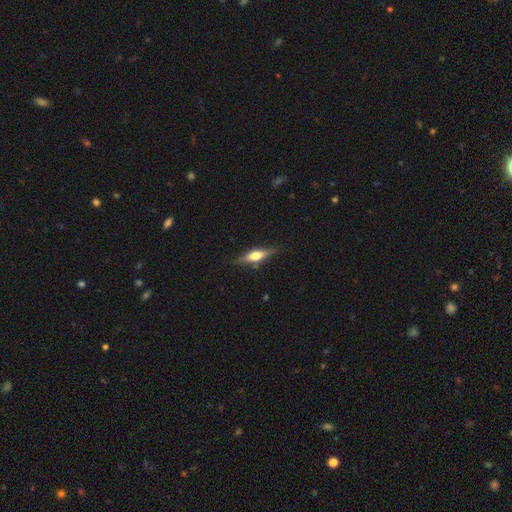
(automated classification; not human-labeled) Overall: featured or disk (56%; smooth 38%). Edge-on disk: yes (94%). Edge-on bulge: rounded (88%). Merging: none (83%).